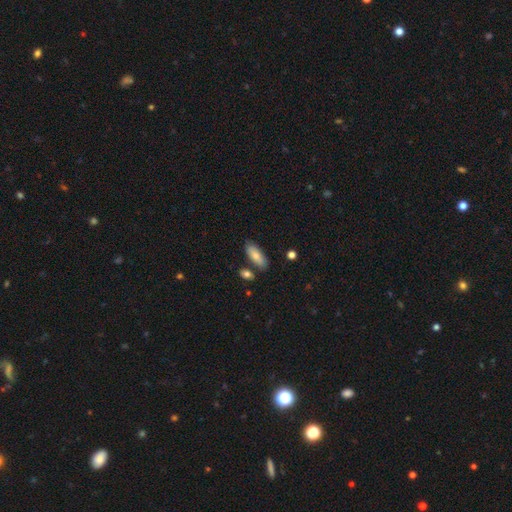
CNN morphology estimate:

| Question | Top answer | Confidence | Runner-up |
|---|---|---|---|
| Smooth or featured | smooth | 81% | featured or disk (13%) |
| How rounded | in between | 73% | cigar-shaped (24%) |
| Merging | none | 79% | minor disturbance (12%) |